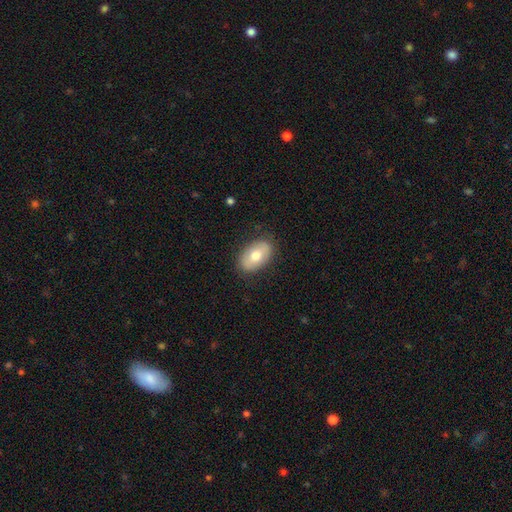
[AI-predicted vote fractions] A smooth galaxy with no disk features (69%) that is in between round and cigar-shaped (90%).

Vote fractions:
- Smooth or featured? smooth: 69% / featured or disk: 25% / star or artifact: 6%
- How rounded? in between: 90% / round: 9% / cigar-shaped: 1%
- Merging? none: 84% / minor disturbance: 12% / major disturbance: 3% / merger: 1%